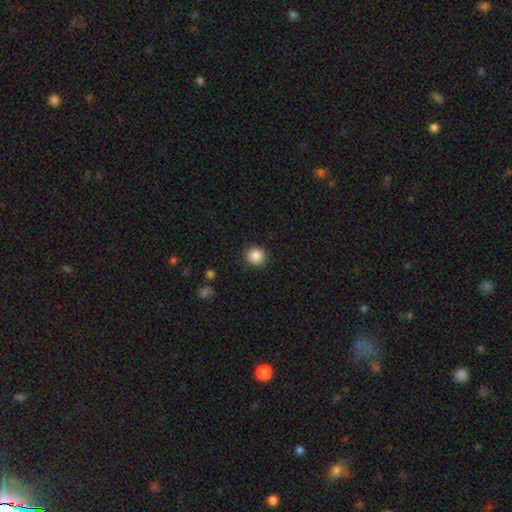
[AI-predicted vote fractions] Smooth or featured?
  - smooth: 87% *
  - star or artifact: 10%
  - featured or disk: 3%
How rounded?
  - round: 92% *
  - in between: 7%
  - cigar-shaped: 1%
Merging?
  - none: 90% *
  - minor disturbance: 6%
  - major disturbance: 2%
  - merger: 1%